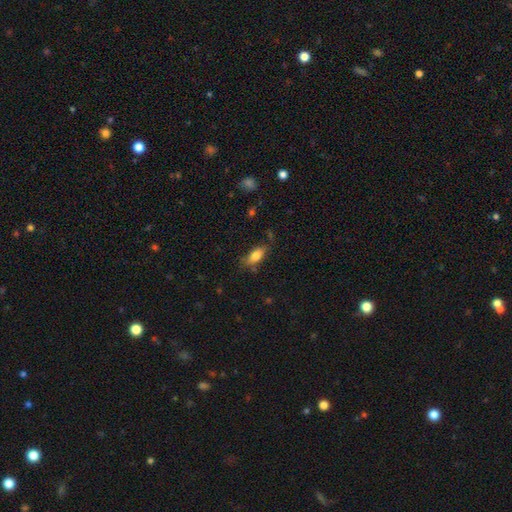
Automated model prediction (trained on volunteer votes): Morphology: type=smooth (76%); roundness=in between (81%); merging=none (69%).